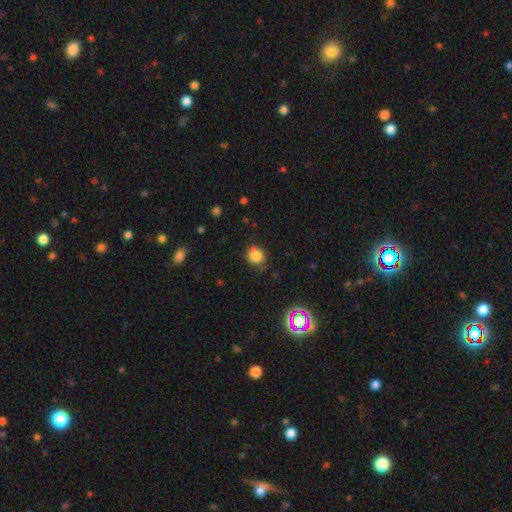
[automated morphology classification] smooth-or-featured: smooth: 78% | star or artifact: 14% | featured or disk: 9%
  how-rounded: round: 78% | in between: 21% | cigar-shaped: 1%
  merging: none: 70% | minor disturbance: 22% | major disturbance: 7% | merger: 2%